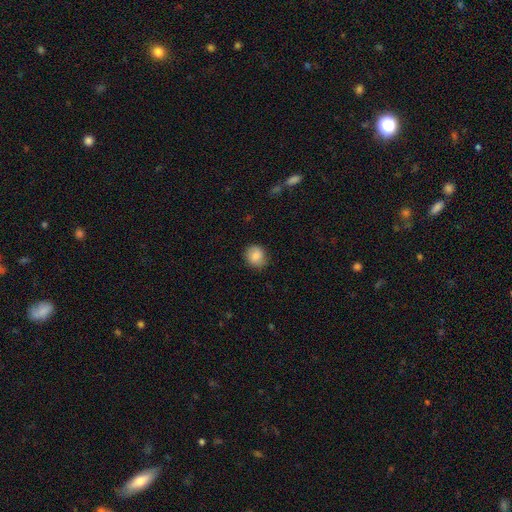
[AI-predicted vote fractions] Smooth or featured: smooth — 84% (star or artifact — 8%)
How rounded: round — 78% (in between — 21%)
Merging: none — 81% (minor disturbance — 14%)